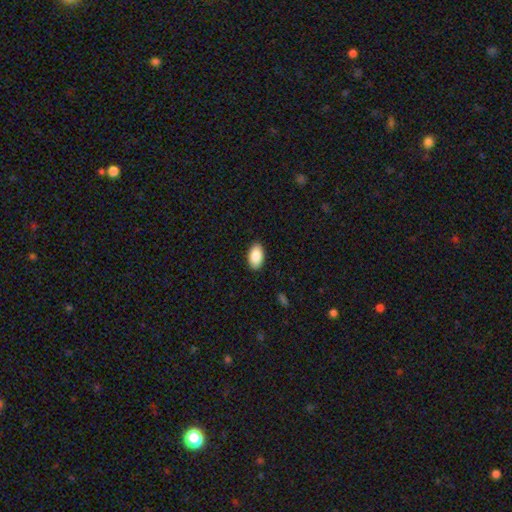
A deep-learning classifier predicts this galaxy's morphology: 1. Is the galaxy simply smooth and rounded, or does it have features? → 88% smooth, 7% star or artifact, 5% featured or disk.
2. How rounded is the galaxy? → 94% in between, 4% round, 2% cigar-shaped.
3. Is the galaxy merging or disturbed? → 89% none, 8% minor disturbance, 2% major disturbance, 1% merger.